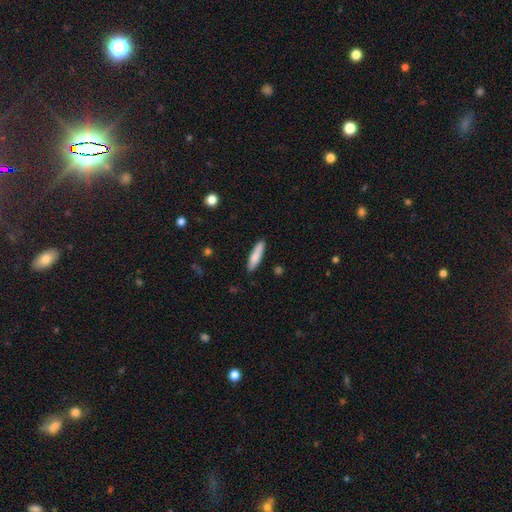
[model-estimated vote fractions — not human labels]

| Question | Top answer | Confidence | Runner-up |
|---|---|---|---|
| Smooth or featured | smooth | 80% | featured or disk (14%) |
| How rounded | cigar-shaped | 78% | in between (21%) |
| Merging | none | 86% | minor disturbance (10%) |